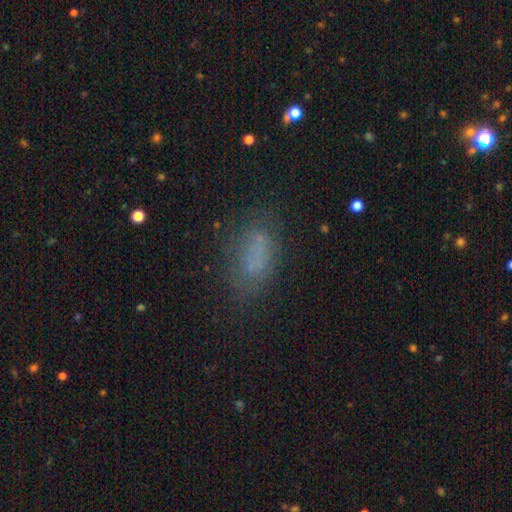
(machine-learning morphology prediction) Overall: smooth (70%). How rounded: in between (85%). Merging: none (64%).